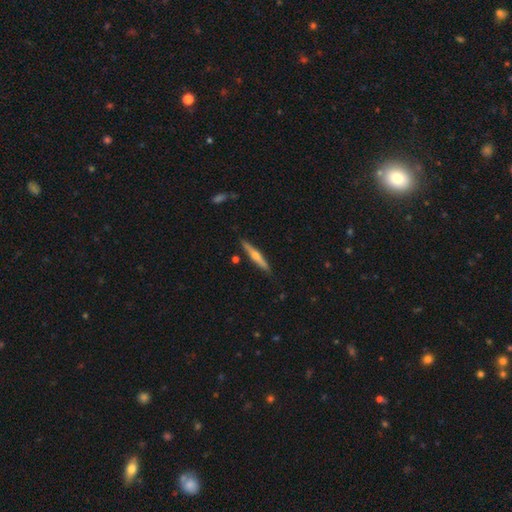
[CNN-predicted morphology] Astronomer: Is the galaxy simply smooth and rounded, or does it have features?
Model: featured or disk — 67%.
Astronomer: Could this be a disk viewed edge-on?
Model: yes — 97%.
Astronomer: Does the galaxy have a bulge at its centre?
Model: rounded — 89%.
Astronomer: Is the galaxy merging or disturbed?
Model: none — 89%.